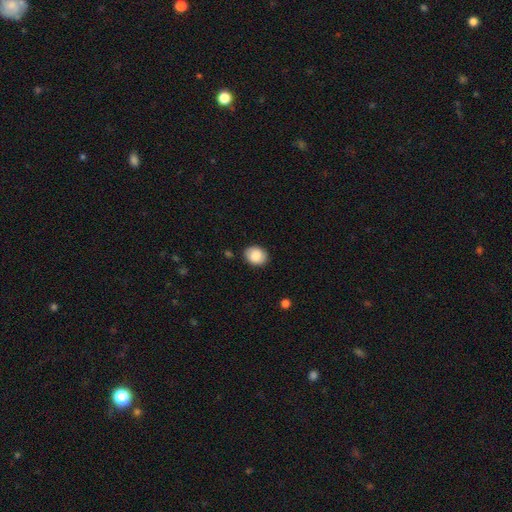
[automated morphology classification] A smooth galaxy with no disk features (87%) that is in between round and cigar-shaped (53%).

Vote fractions:
- Smooth or featured? smooth: 87% / star or artifact: 7% / featured or disk: 6%
- How rounded? in between: 53% / round: 46% / cigar-shaped: 1%
- Merging? none: 86% / minor disturbance: 10% / major disturbance: 2% / merger: 2%